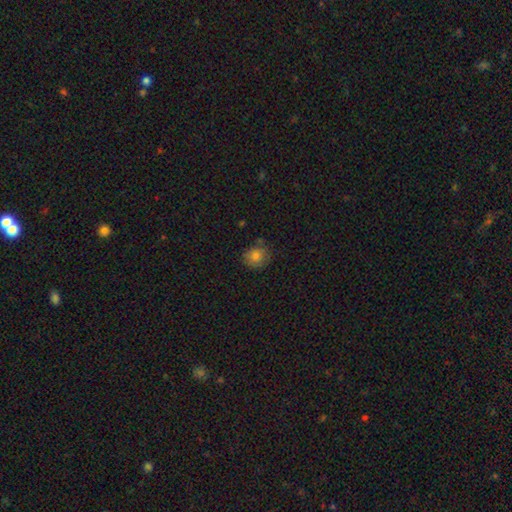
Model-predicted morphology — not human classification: This appears to be a smooth galaxy with no disk features (78%) that is round (79%). Merging: none (74%).